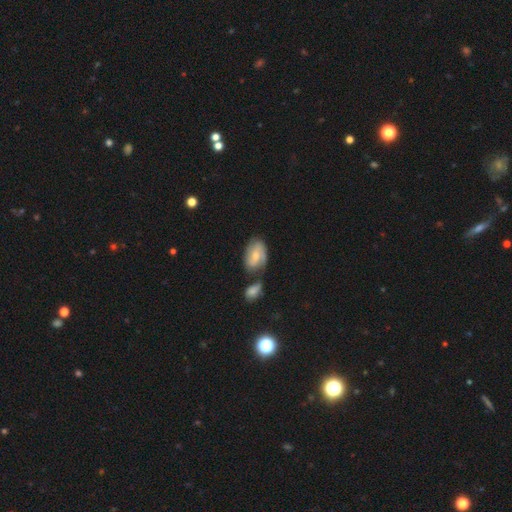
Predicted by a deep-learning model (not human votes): A featured or disk galaxy (51%). Merging: none (39%).